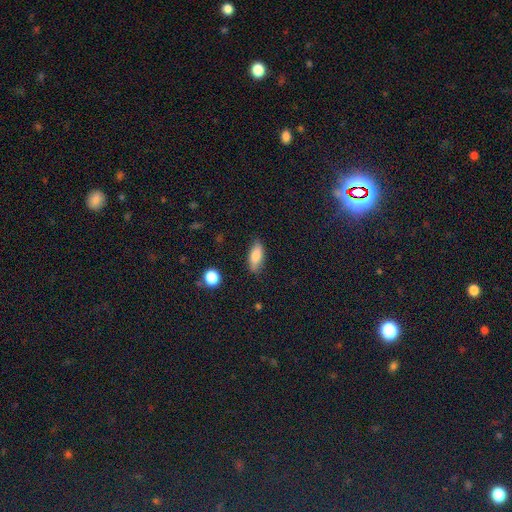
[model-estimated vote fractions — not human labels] smooth-or-featured: smooth: 79% | featured or disk: 13% | star or artifact: 8%
  how-rounded: in between: 80% | cigar-shaped: 17% | round: 3%
  merging: none: 82% | minor disturbance: 13% | major disturbance: 3% | merger: 2%